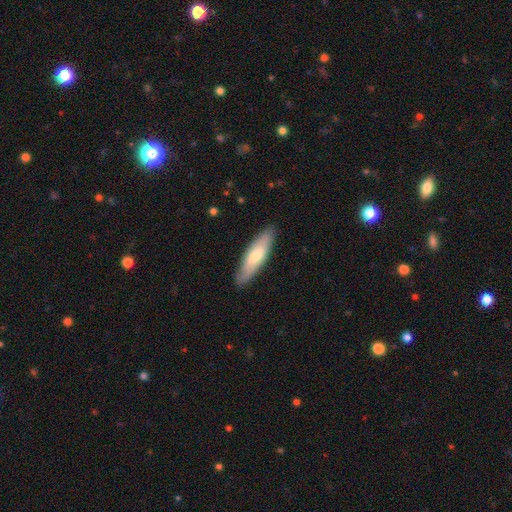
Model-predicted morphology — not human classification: This is likely a smooth galaxy (64%). How rounded: likely cigar-shaped (64%). Merging: clearly none (88%).